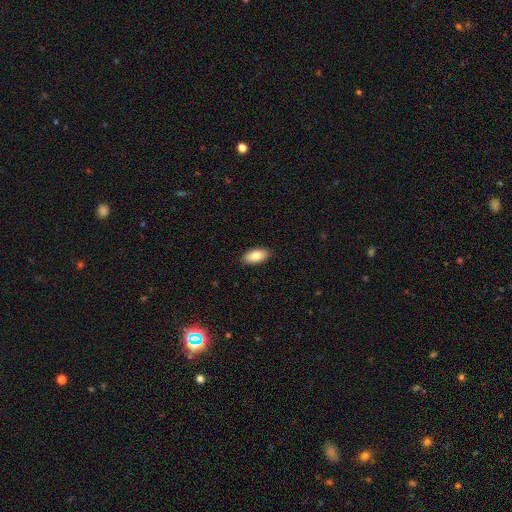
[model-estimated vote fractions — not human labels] Overall: smooth (88%). How rounded: in between (92%). Merging: none (89%).